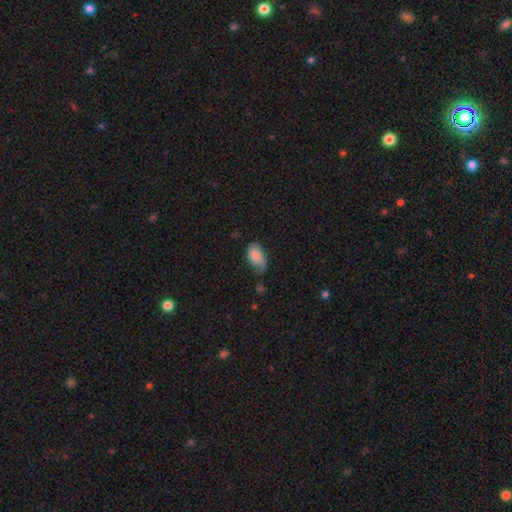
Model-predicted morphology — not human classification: smooth_or_featured: smooth (p=0.75) [alt: featured or disk p=0.18]
how_rounded: in between (p=0.93) [alt: round p=0.05]
merging: minor disturbance (p=0.39) [alt: none p=0.38]